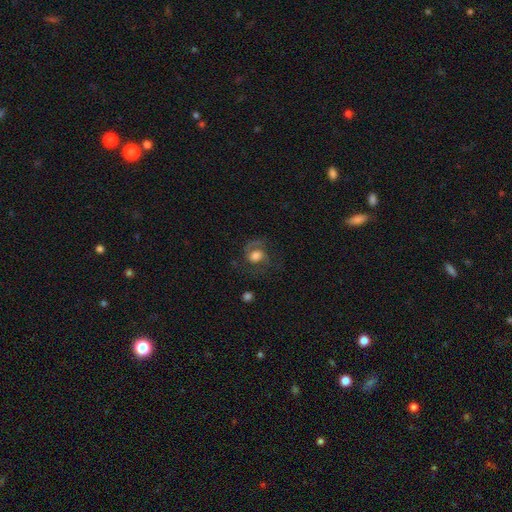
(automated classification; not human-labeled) Smooth or featured? featured or disk (60%)
Edge-on disk? no (97%)
Bar? no (60%)
Spiral arms? yes (88%)
Spiral winding? medium (50%)
Spiral arm count? 2 (65%)
Bulge size? moderate (46%)
Merging? none (56%)